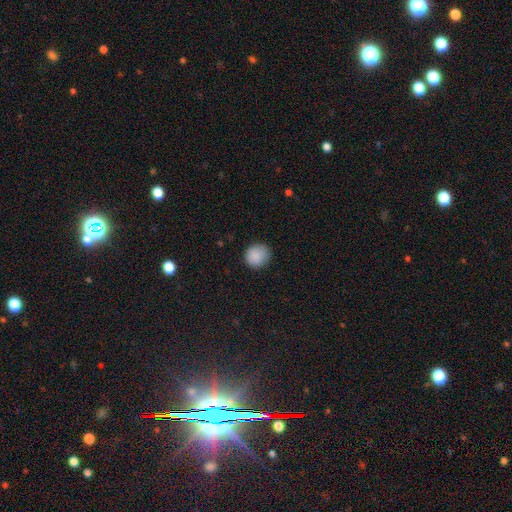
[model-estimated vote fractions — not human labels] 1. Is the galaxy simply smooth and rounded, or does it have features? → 88% smooth, 8% star or artifact, 4% featured or disk.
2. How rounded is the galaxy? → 87% round, 12% in between, 1% cigar-shaped.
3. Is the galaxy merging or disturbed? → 84% none, 12% minor disturbance, 3% major disturbance, 1% merger.